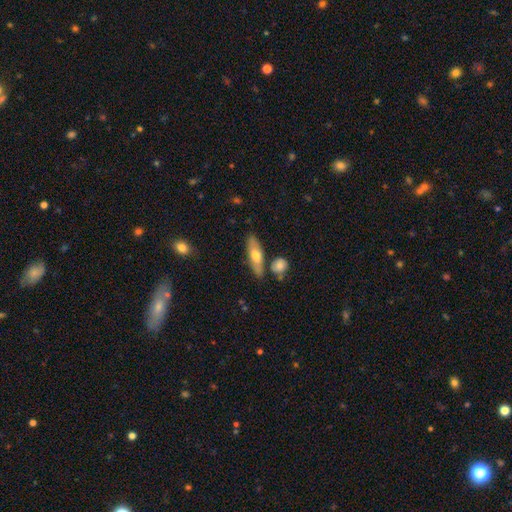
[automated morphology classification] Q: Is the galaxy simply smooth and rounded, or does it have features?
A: smooth — 58%.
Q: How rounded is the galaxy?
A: cigar-shaped — 53%.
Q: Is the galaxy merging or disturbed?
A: none — 73%.